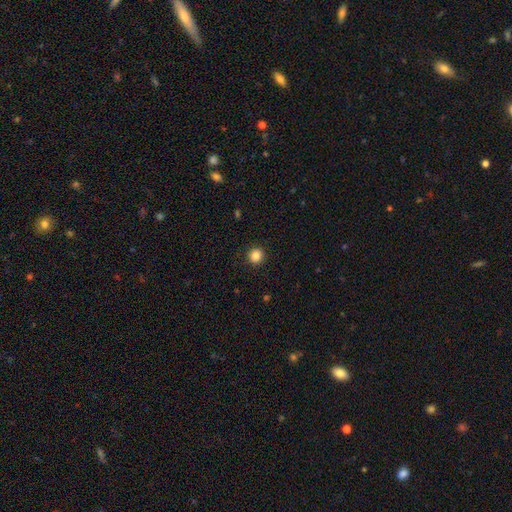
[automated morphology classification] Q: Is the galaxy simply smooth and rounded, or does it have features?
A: smooth — 85%.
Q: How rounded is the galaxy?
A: round — 93%.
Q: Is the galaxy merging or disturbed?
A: none — 92%.